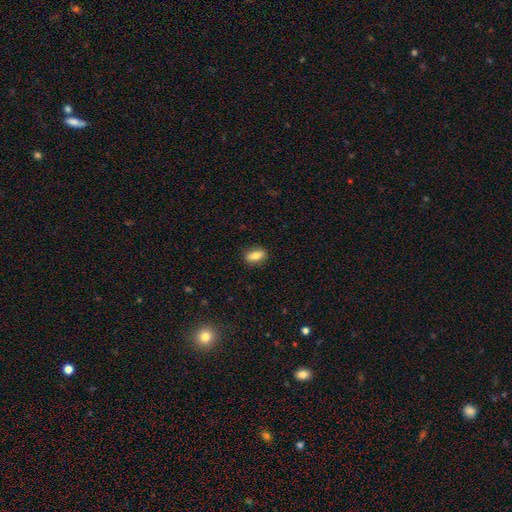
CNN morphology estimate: This appears to be a smooth galaxy with no disk features (73%) that is in between round and cigar-shaped (77%). Merging: none (86%).